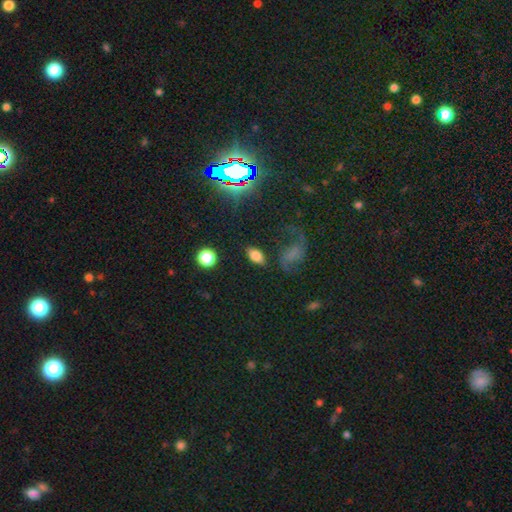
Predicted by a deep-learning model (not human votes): The model was most divided on "smooth or featured": smooth: 76%, star or artifact: 13%, featured or disk: 10%. More confident: how rounded — in between (91%); merging — none (79%).